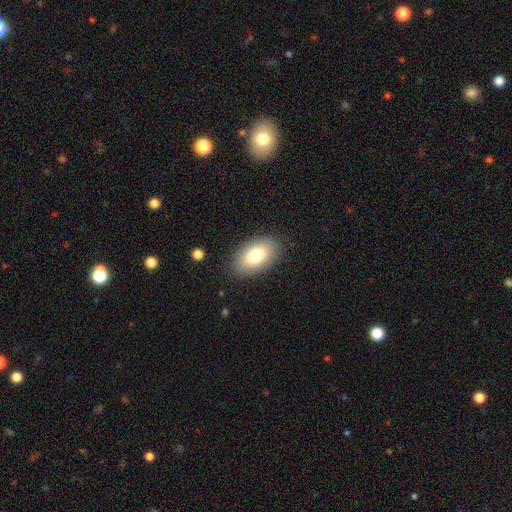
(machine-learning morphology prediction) A smooth galaxy with no disk features (81%) that is in between round and cigar-shaped (94%). Merging: none (86%).